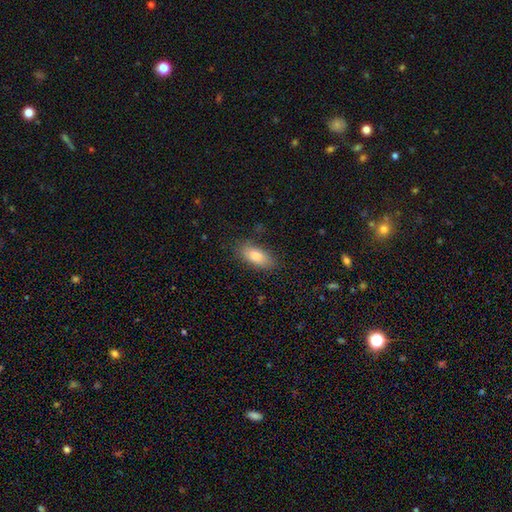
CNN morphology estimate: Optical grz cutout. It shows a smooth galaxy with no disk features (80%) that is in between round and cigar-shaped (86%). Merging: none (82%).